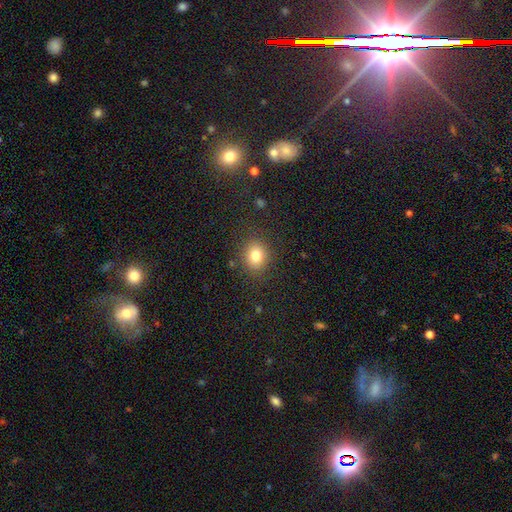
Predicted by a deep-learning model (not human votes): Smooth or featured? smooth (80%)
How rounded? round (72%)
Merging? none (85%)